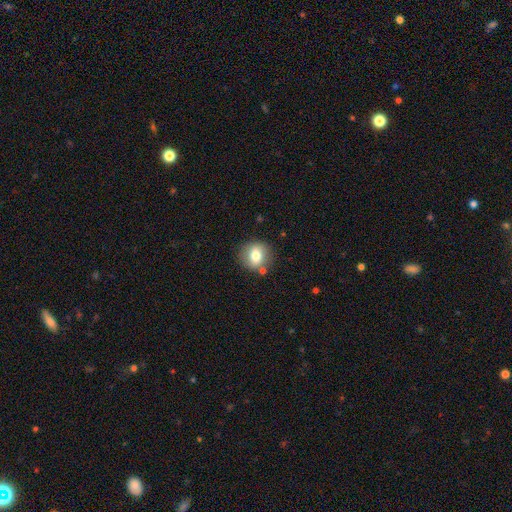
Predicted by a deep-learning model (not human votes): This appears to be a smooth galaxy with no disk features (75%) that is round (83%). Merging: none (80%).